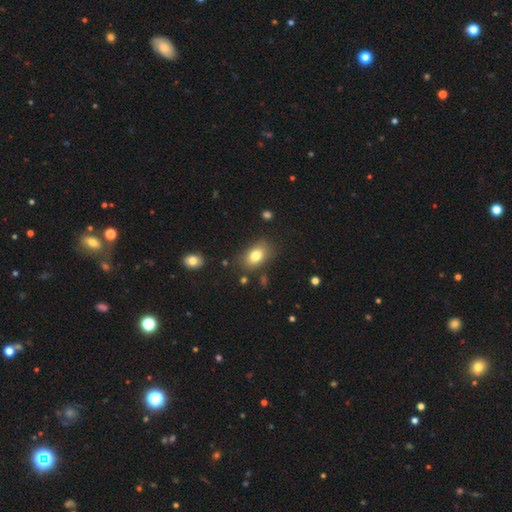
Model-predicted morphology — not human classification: type=smooth (80%); roundness=in between (85%); merging=none (79%).